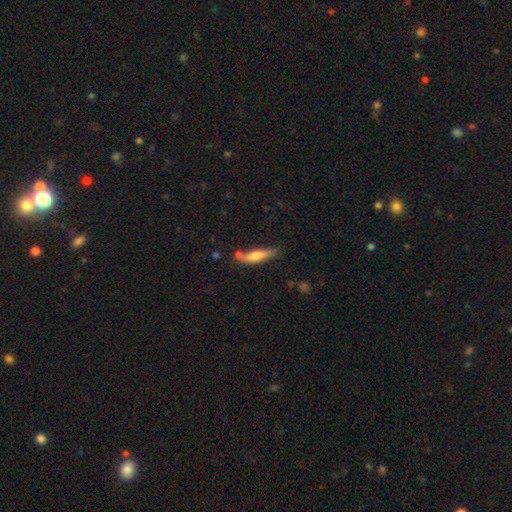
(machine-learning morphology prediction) Q: Smooth or featured?
A: smooth (67%); runner-up: featured or disk (26%)
Q: How rounded?
A: cigar-shaped (78%); runner-up: in between (20%)
Q: Merging?
A: none (68%); runner-up: minor disturbance (17%)